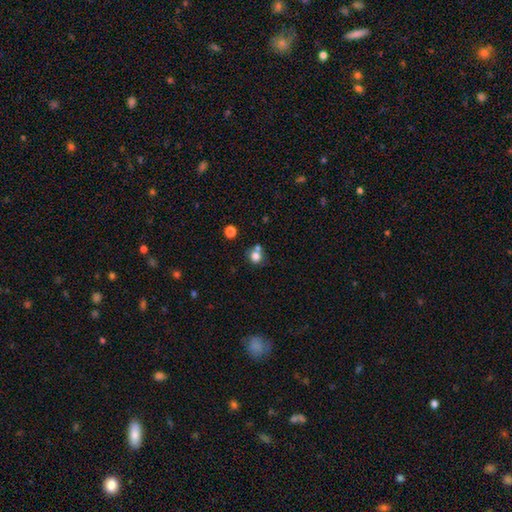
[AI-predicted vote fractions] This appears to be a smooth galaxy with no disk features (79%) that is round (84%). Merging: none (57%).